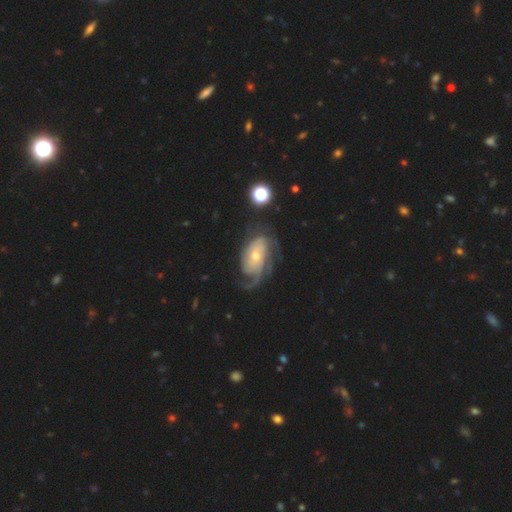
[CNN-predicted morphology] A featured or disk galaxy (86%) with no bar (73%), tight (51%) spiral arms (95%) and a small central bulge (49%).

Vote fractions:
- Smooth or featured? featured or disk: 86% / smooth: 9% / star or artifact: 5%
- Edge-on disk? no: 96% / yes: 4%
- Bar? no: 73% / weak: 22% / strong: 5%
- Spiral arms? yes: 95% / no: 5%
- Spiral winding? tight: 51% / medium: 34% / loose: 15%
- Spiral arm count? can't tell: 30% / 3: 23% / 2: 21% / 4: 10% / 1: 9% / more than 4: 6%
- Bulge size? small: 49% / moderate: 45% / large: 4% / none: 2% / dominant: 1%
- Merging? none: 57% / major disturbance: 21% / minor disturbance: 20% / merger: 2%